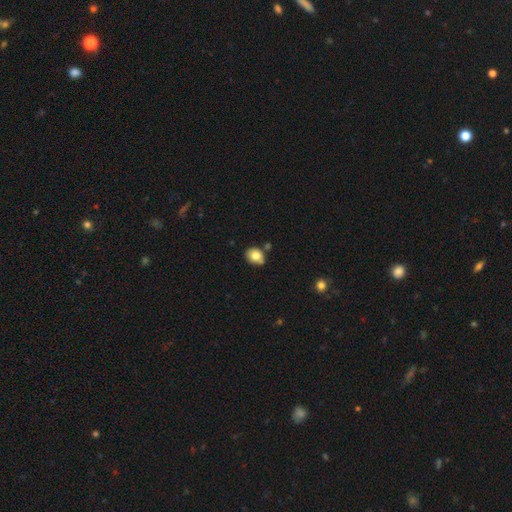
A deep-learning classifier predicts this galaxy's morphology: type=smooth (80%); roundness=round (53%); merging=none (64%).